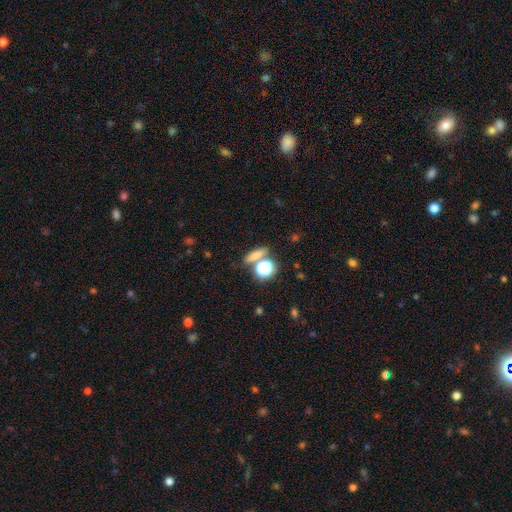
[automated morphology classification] A smooth galaxy with no disk features (65%) that is cigar-shaped (37%).

Vote fractions:
- Smooth or featured? smooth: 65% / star or artifact: 20% / featured or disk: 15%
- How rounded? cigar-shaped: 37% / round: 33% / in between: 30%
- Merging? none: 69% / merger: 18% / minor disturbance: 9% / major disturbance: 4%